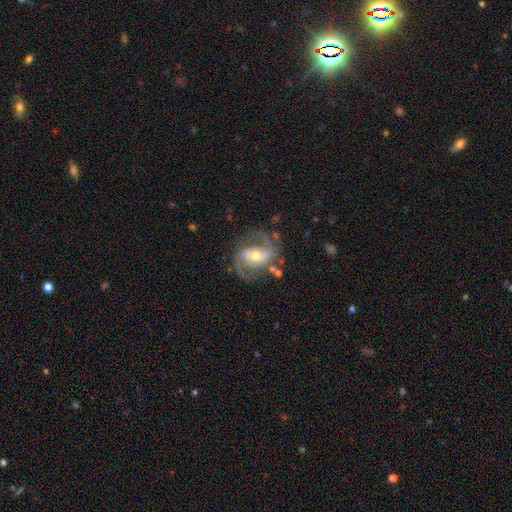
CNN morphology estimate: The model was most divided on "bar": weak: 42%, no: 36%, strong: 22%. More confident: edge-on disk — no (98%); spiral arms — yes (96%); spiral arm count — 2 (91%); smooth or featured — featured or disk (88%); merging — none (74%); bulge size — moderate (69%); spiral winding — medium (57%).